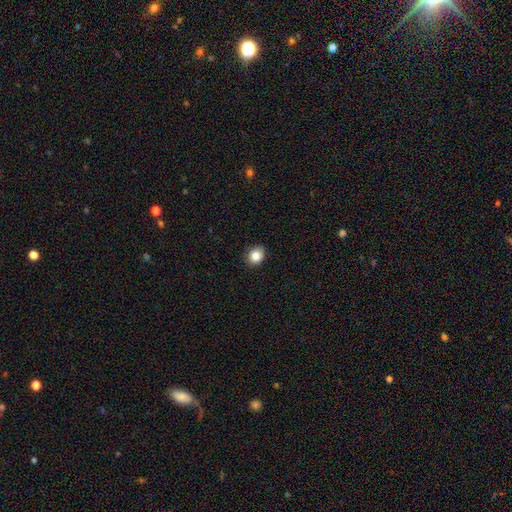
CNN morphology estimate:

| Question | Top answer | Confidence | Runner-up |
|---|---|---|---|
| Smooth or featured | smooth | 83% | star or artifact (10%) |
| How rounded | round | 60% | in between (39%) |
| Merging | none | 87% | minor disturbance (10%) |